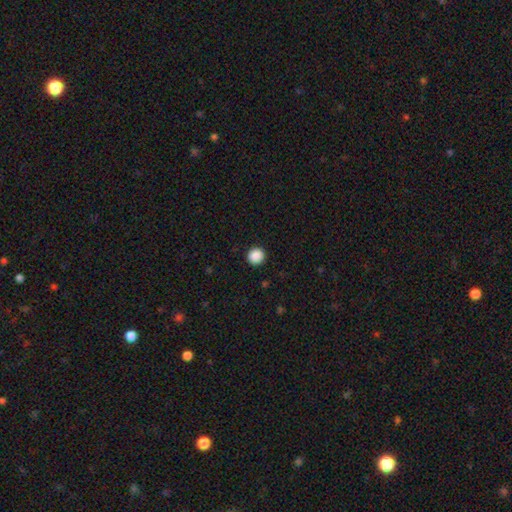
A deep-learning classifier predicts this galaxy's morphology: The model was most divided on "smooth or featured": smooth: 88%, star or artifact: 9%, featured or disk: 2%. More confident: how rounded — round (95%); merging — none (92%).